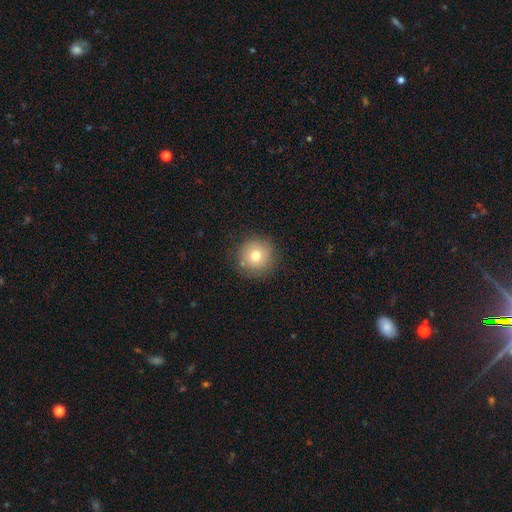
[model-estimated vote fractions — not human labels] Smooth or featured?
  - smooth: 76% *
  - featured or disk: 13%
  - star or artifact: 11%
How rounded?
  - round: 95% *
  - in between: 4%
  - cigar-shaped: 1%
Merging?
  - none: 86% *
  - minor disturbance: 9%
  - major disturbance: 3%
  - merger: 2%